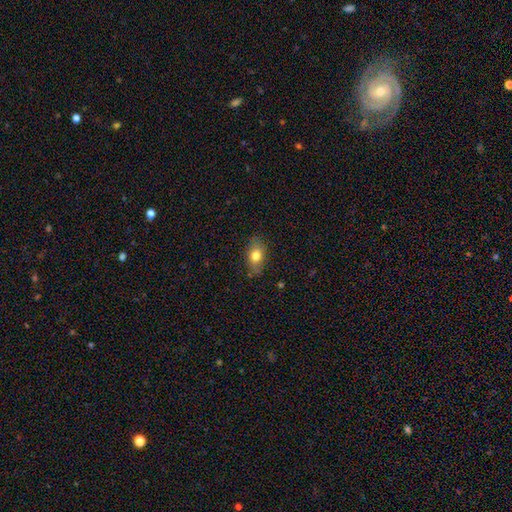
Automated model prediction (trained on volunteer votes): A smooth galaxy with no disk features (76%) that is in between round and cigar-shaped (84%). Merging: none (81%).